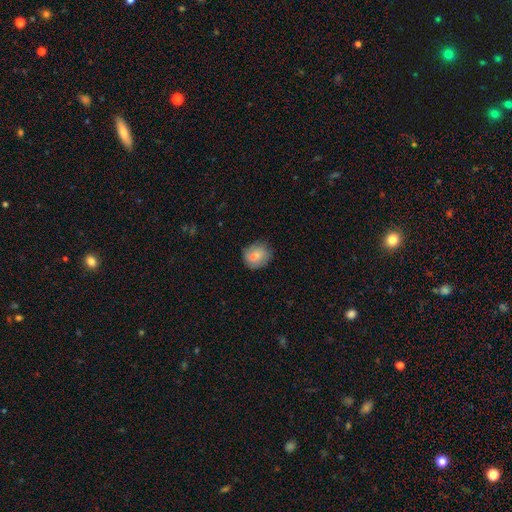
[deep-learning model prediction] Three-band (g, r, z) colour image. It shows a smooth galaxy with no disk features (77%) that is round (64%). Merging: none (73%).